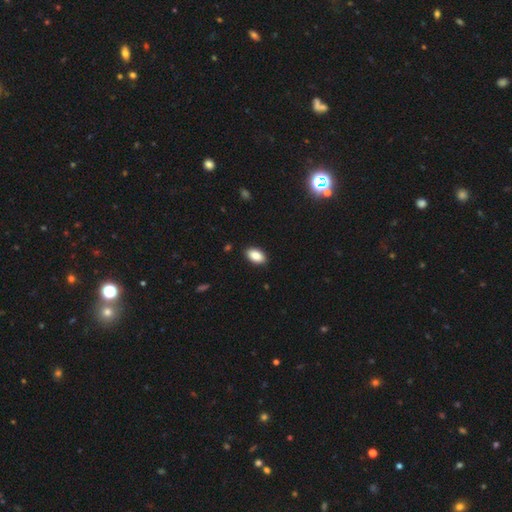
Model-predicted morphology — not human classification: Smooth or featured: smooth — 88% (star or artifact — 7%)
How rounded: in between — 94% (round — 4%)
Merging: none — 89% (minor disturbance — 8%)